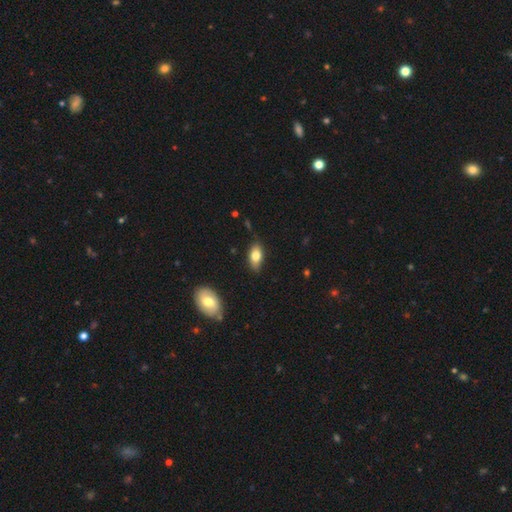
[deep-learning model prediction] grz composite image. It shows a smooth galaxy with no disk features (79%) that is in between round and cigar-shaped (89%). Merging: none (81%).